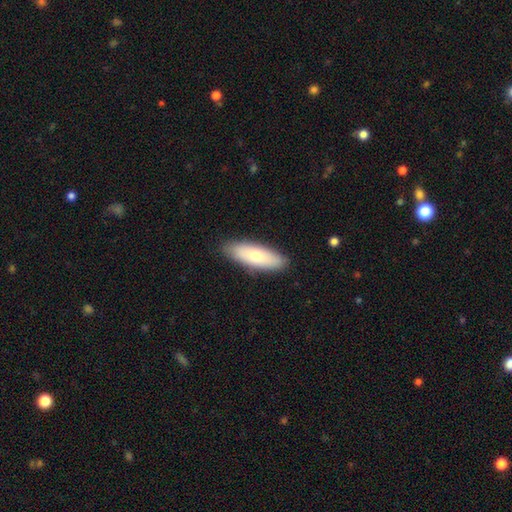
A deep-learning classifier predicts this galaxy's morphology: Overall: smooth (66%; featured or disk 27%). How rounded: in between (60%; cigar-shaped 38%). Merging: none (89%).